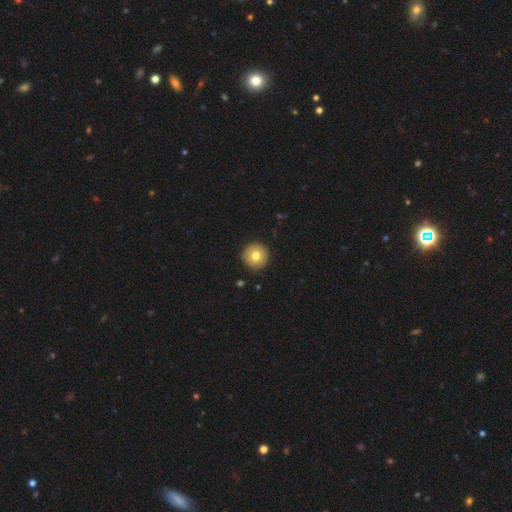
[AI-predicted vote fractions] Smooth or featured: smooth — 76% (featured or disk — 14%)
How rounded: round — 96% (in between — 3%)
Merging: none — 91% (minor disturbance — 6%)